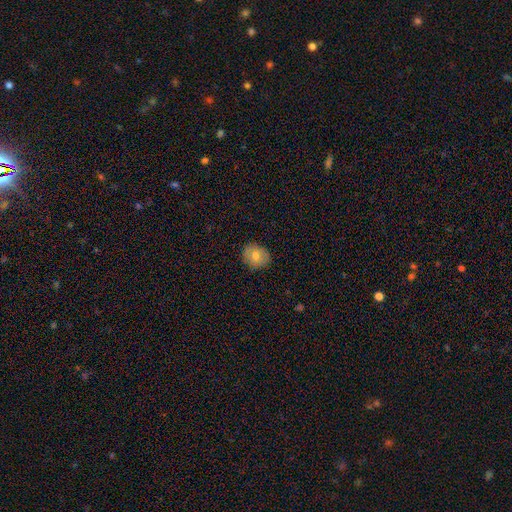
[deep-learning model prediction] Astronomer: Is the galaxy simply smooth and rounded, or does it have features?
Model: smooth — 75%.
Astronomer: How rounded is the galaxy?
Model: round — 66%.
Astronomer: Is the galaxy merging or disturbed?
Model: none — 87%.